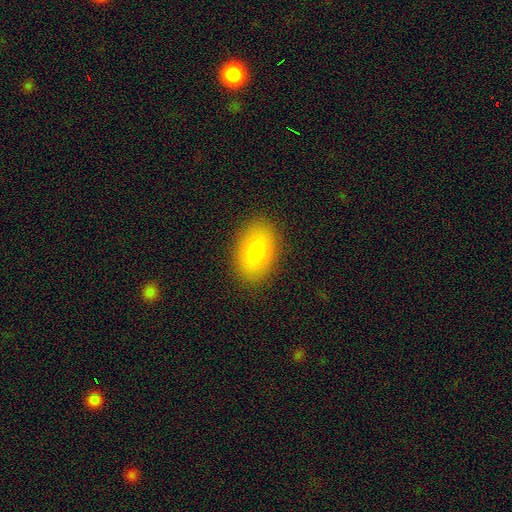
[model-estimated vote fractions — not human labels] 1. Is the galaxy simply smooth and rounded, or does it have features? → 79% smooth, 12% featured or disk, 9% star or artifact.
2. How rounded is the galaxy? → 86% in between, 12% round, 1% cigar-shaped.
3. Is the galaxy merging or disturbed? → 89% none, 8% minor disturbance, 2% major disturbance, 1% merger.